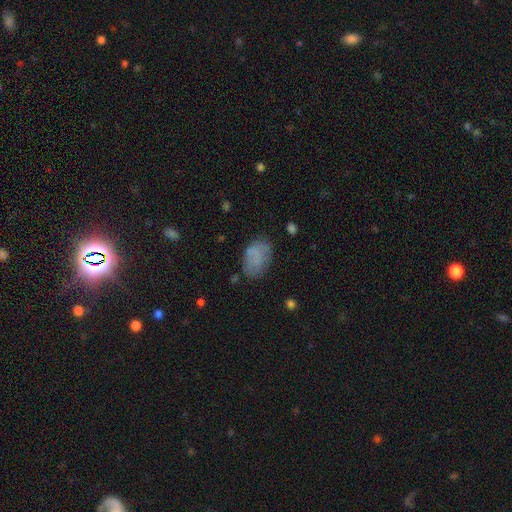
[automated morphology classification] The model was most divided on "merging": none: 64%, minor disturbance: 24%, major disturbance: 10%, merger: 3%. More confident: how rounded — in between (88%); smooth or featured — smooth (74%).